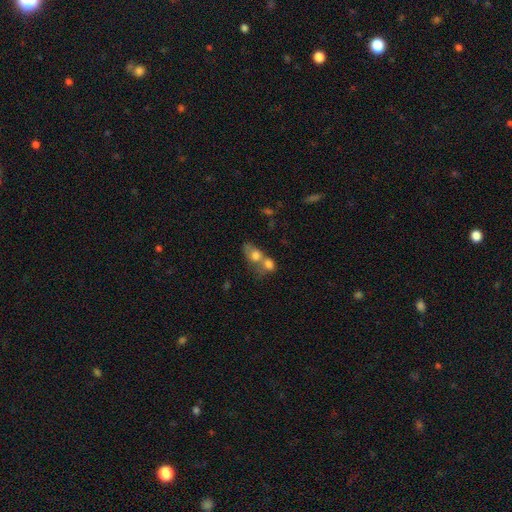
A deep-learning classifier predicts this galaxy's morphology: smooth-or-featured: smooth: 70% | featured or disk: 20% | star or artifact: 9%
  how-rounded: in between: 58% | round: 39% | cigar-shaped: 3%
  merging: merger: 72% | none: 16% | minor disturbance: 7% | major disturbance: 5%